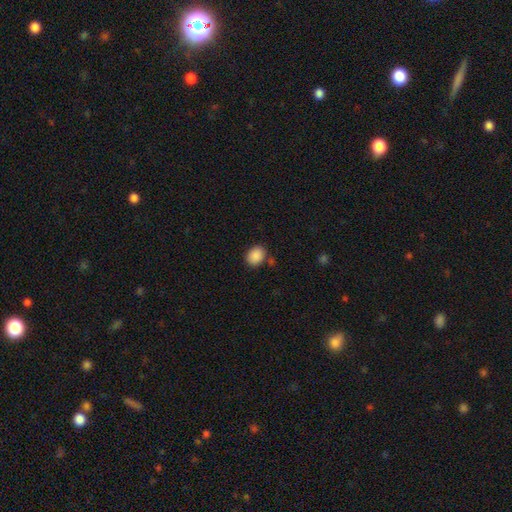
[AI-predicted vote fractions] Smooth or featured? smooth (89%)
How rounded? in between (52%)
Merging? none (79%)